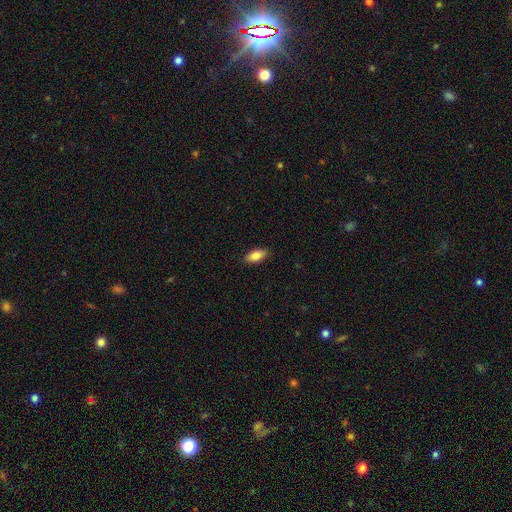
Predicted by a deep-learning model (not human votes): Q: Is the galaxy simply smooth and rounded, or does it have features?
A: smooth — 84%.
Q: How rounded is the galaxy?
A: in between — 88%.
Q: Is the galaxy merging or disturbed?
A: none — 88%.